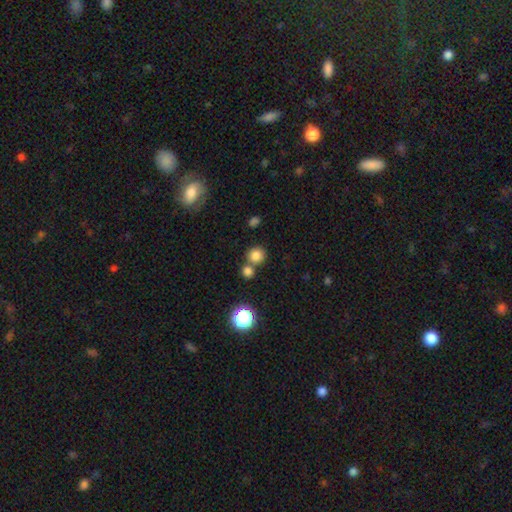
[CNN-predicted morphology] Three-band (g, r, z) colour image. It shows a smooth galaxy with no disk features (81%) that is round (89%). Merging: none (63%).